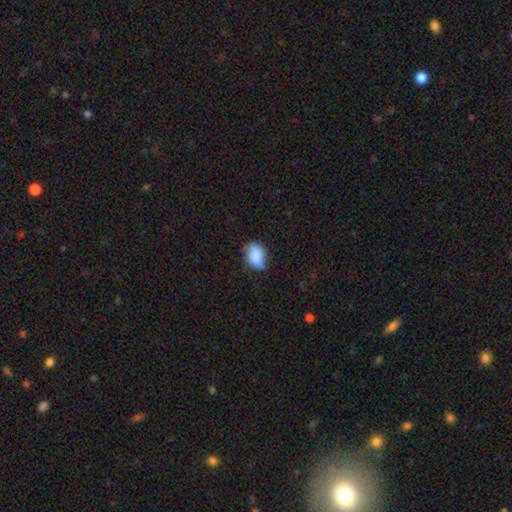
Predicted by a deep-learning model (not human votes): The model was most divided on "merging": none: 59%, minor disturbance: 32%, major disturbance: 7%, merger: 2%. More confident: how rounded — in between (81%); smooth or featured — smooth (80%).